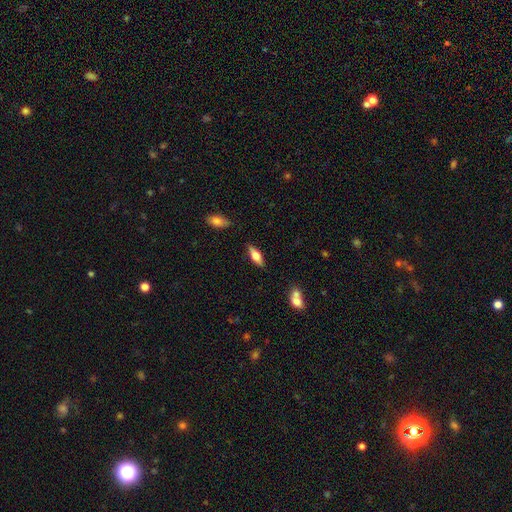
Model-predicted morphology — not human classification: The model was most divided on "smooth or featured": smooth: 53%, featured or disk: 40%, star or artifact: 7%. More confident: merging — none (83%); how rounded — in between (63%).